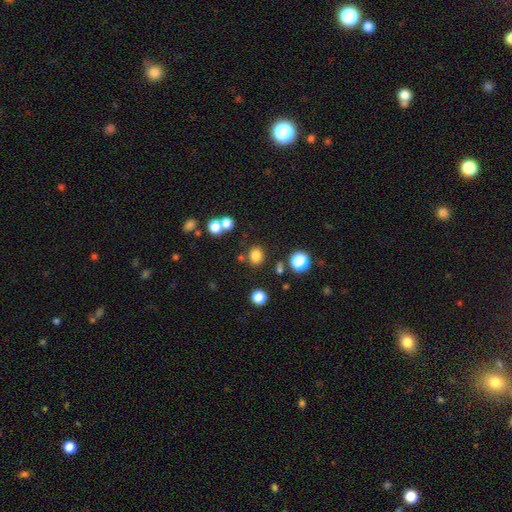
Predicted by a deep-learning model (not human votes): smooth_or_featured: smooth (p=0.80) [alt: star or artifact p=0.15]
how_rounded: round (p=0.61) [alt: in between p=0.38]
merging: none (p=0.78) [alt: minor disturbance p=0.10]